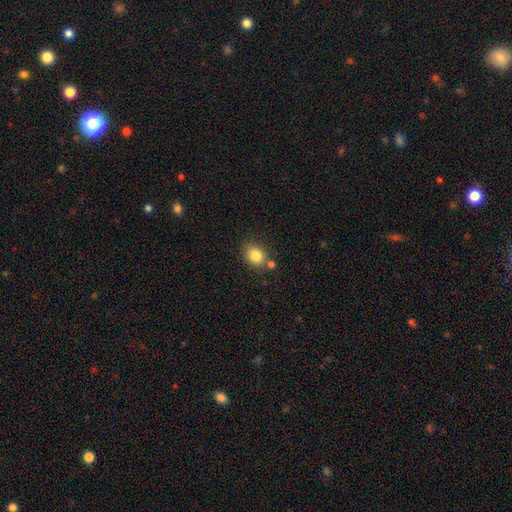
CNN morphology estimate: This is clearly a smooth galaxy (82%). How rounded: possibly round (56%). Merging: likely none (73%).